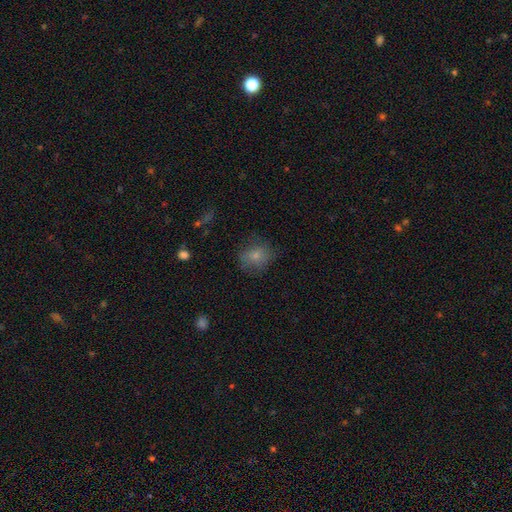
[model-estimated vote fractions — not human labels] This appears to be a smooth galaxy with no disk features (76%) that is round (70%). Merging: none (69%).